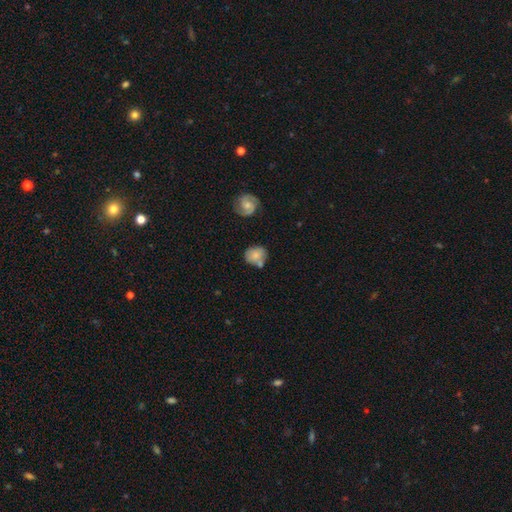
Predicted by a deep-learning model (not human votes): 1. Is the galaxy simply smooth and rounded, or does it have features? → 72% smooth, 21% featured or disk, 7% star or artifact.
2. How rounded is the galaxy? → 68% round, 31% in between, 1% cigar-shaped.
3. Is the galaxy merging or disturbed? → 57% none, 20% minor disturbance, 18% merger, 5% major disturbance.